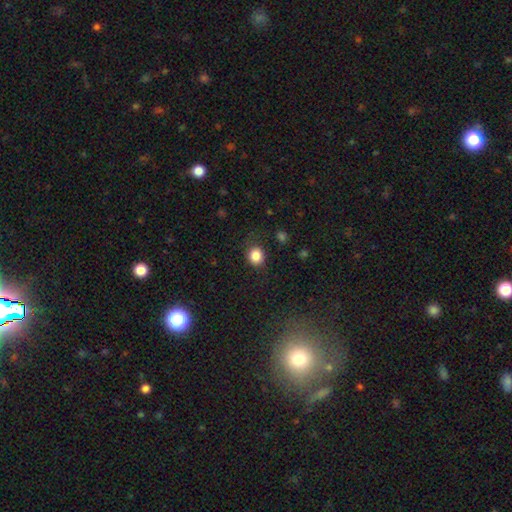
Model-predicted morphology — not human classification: smooth_or_featured: smooth (p=0.85) [alt: star or artifact p=0.10]
how_rounded: round (p=0.74) [alt: in between p=0.25]
merging: none (p=0.79) [alt: minor disturbance p=0.14]